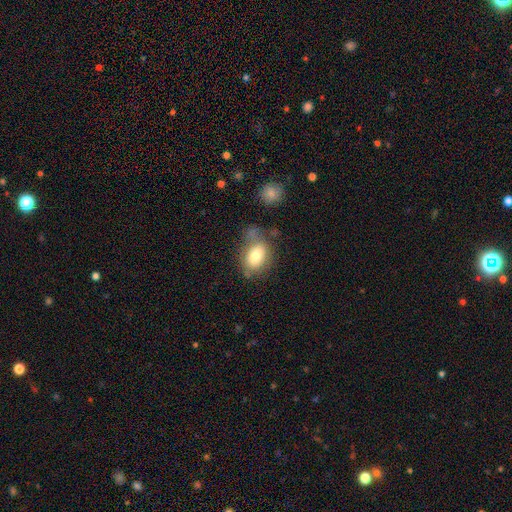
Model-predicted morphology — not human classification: type=smooth (75%); roundness=in between (78%); merging=none (45%).